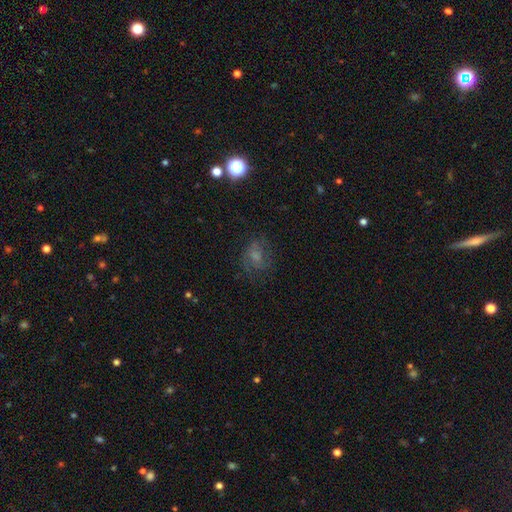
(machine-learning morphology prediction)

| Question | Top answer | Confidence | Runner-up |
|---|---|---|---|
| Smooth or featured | smooth | 43% | featured or disk (39%) |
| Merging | none | 59% | minor disturbance (21%) |